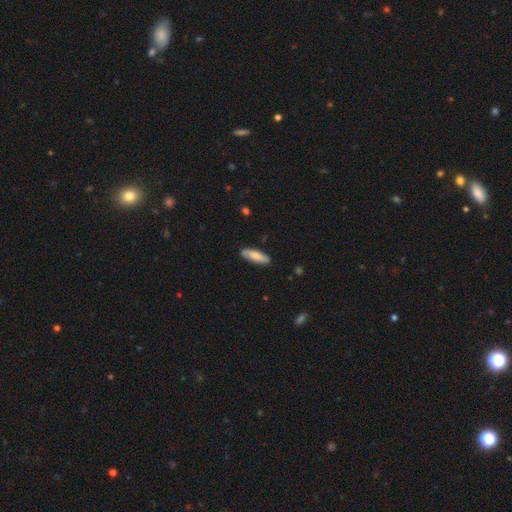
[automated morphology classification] smooth-or-featured: smooth: 73% | featured or disk: 21% | star or artifact: 6%
  how-rounded: cigar-shaped: 50% | in between: 48% | round: 2%
  merging: none: 83% | minor disturbance: 13% | major disturbance: 2% | merger: 1%